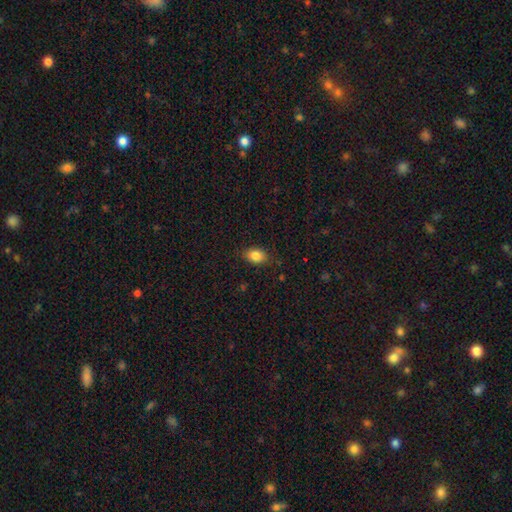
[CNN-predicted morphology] smooth_or_featured: smooth (p=0.84) [alt: star or artifact p=0.09]
how_rounded: in between (p=0.79) [alt: round p=0.20]
merging: none (p=0.83) [alt: minor disturbance p=0.13]